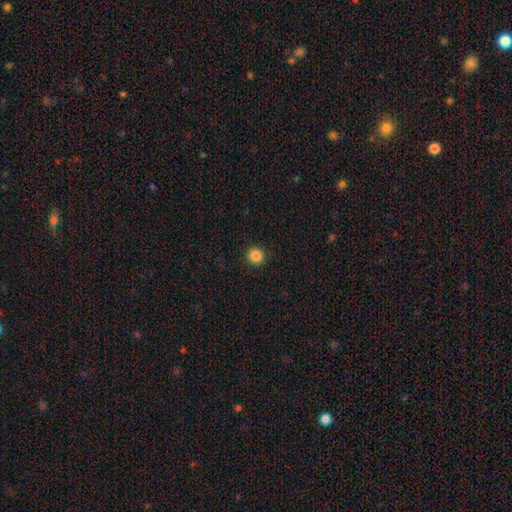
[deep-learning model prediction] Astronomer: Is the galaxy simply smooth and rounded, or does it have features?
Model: smooth — 86%.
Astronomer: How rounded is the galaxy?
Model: round — 89%.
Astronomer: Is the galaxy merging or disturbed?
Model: none — 92%.